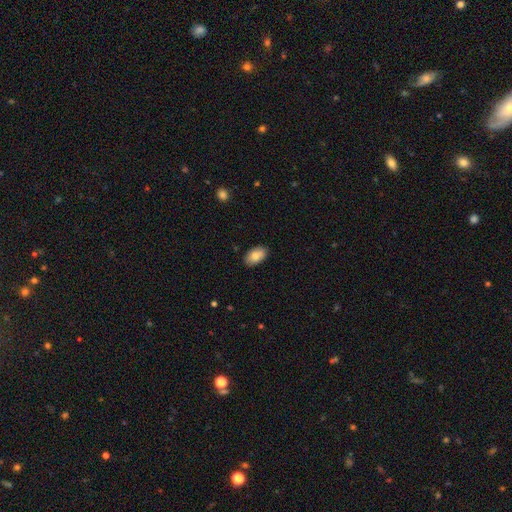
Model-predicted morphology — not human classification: smooth_or_featured: smooth (p=0.80) [alt: featured or disk p=0.13]
how_rounded: in between (p=0.93) [alt: round p=0.06]
merging: none (p=0.85) [alt: minor disturbance p=0.11]